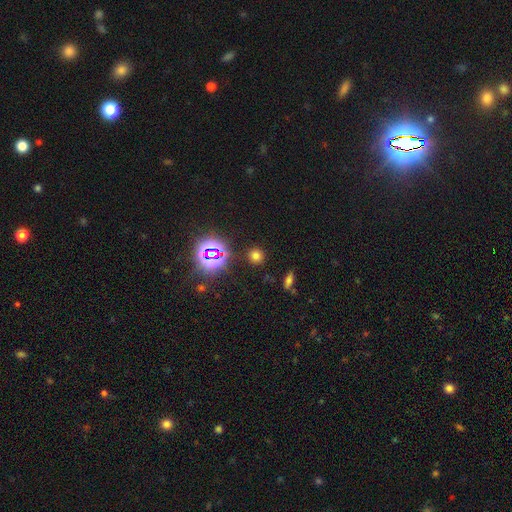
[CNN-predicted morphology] Q: Smooth or featured?
A: smooth (65%); runner-up: star or artifact (28%)
Q: How rounded?
A: round (88%); runner-up: in between (10%)
Q: Merging?
A: none (87%); runner-up: minor disturbance (7%)